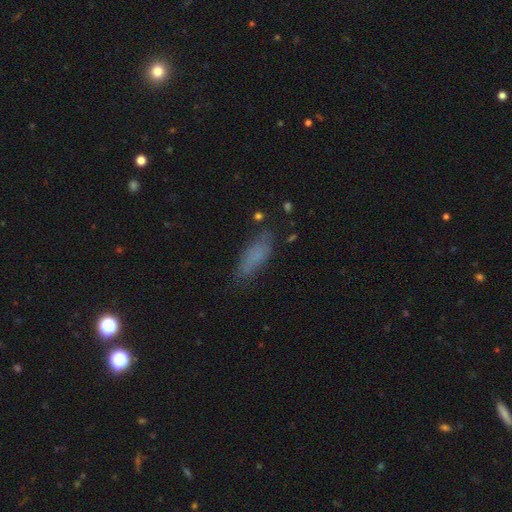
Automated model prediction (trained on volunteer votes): This appears to be a smooth galaxy with no disk features (72%) that is in between round and cigar-shaped (60%). Merging: none (68%).